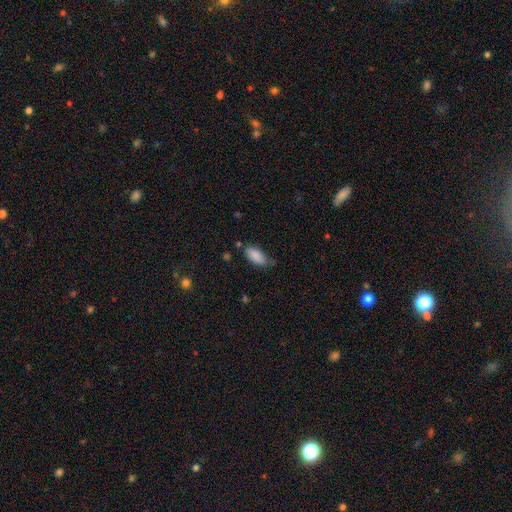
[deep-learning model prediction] A smooth galaxy with no disk features (87%) that is in between round and cigar-shaped (89%). Merging: none (59%).